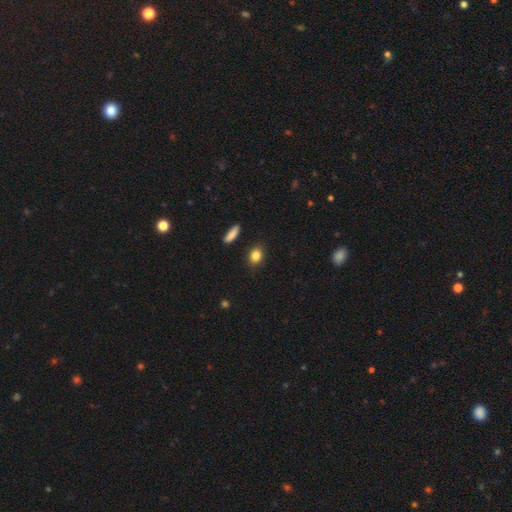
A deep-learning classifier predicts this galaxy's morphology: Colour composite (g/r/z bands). It shows a smooth galaxy with no disk features (85%) that is in between round and cigar-shaped (53%). Merging: none (88%).